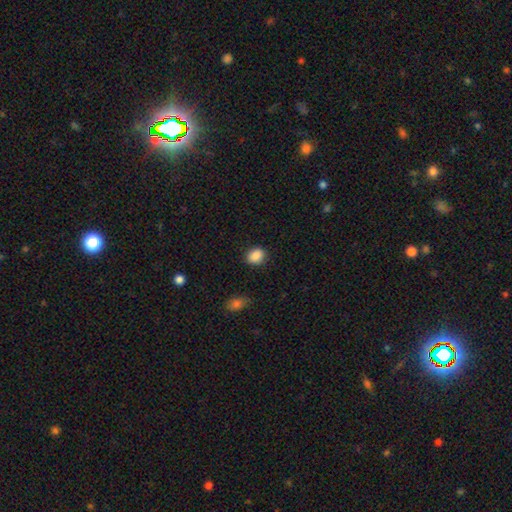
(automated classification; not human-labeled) Overall: smooth (88%). How rounded: round (54%; in between 45%). Merging: none (87%).